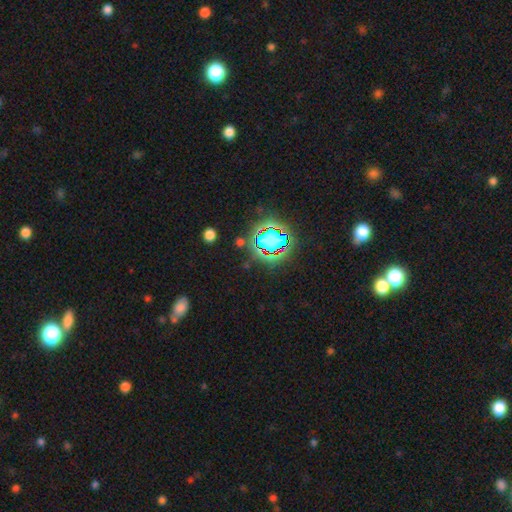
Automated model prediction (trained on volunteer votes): The model was most divided on "smooth or featured": star or artifact: 75%, smooth: 16%, featured or disk: 9%.